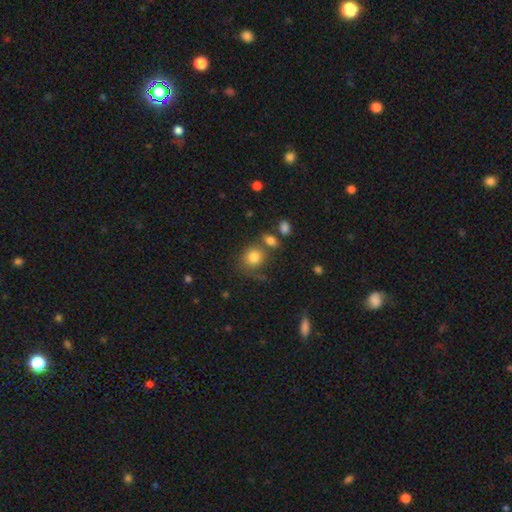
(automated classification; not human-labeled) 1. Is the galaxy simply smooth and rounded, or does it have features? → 71% smooth, 19% star or artifact, 10% featured or disk.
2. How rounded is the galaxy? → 82% round, 16% in between, 1% cigar-shaped.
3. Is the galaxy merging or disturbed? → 65% none, 15% merger, 13% minor disturbance, 6% major disturbance.